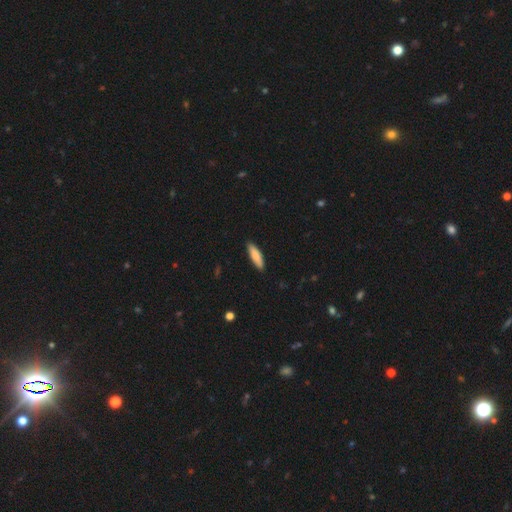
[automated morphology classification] The model was most divided on "how rounded": cigar-shaped: 59%, in between: 40%, round: 2%. More confident: merging — none (89%); smooth or featured — smooth (83%).